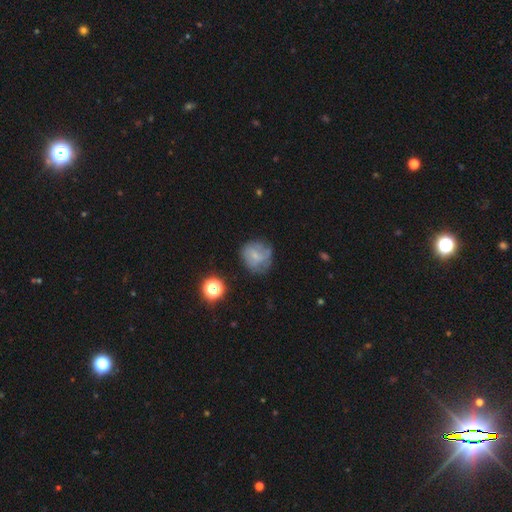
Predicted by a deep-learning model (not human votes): A smooth galaxy with no disk features (46%).

Vote fractions:
- Smooth or featured? smooth: 46% / featured or disk: 40% / star or artifact: 14%
- Merging? none: 56% / minor disturbance: 25% / major disturbance: 16% / merger: 3%